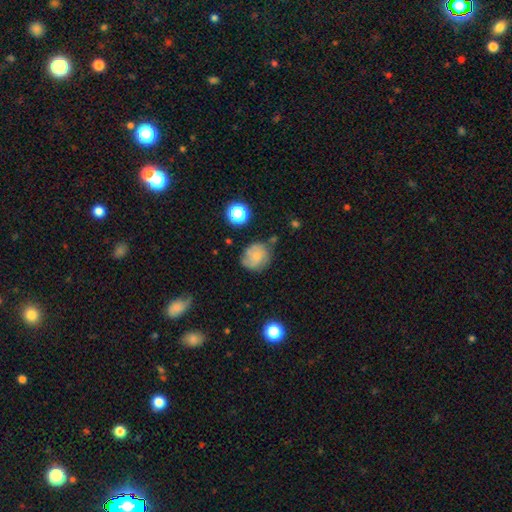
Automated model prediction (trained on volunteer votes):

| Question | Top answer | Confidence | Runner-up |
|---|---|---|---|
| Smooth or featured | smooth | 58% | featured or disk (31%) |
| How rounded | round | 73% | in between (26%) |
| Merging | none | 60% | minor disturbance (26%) |